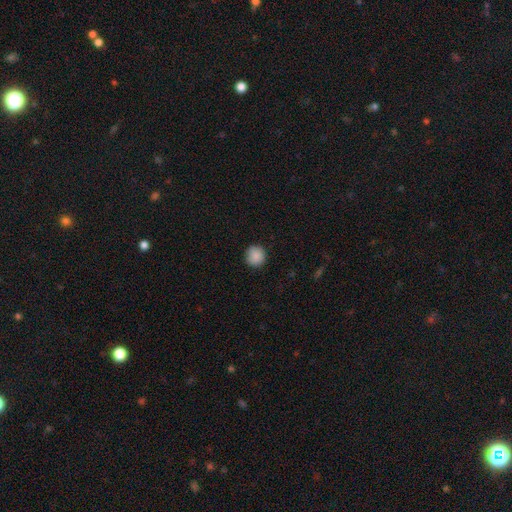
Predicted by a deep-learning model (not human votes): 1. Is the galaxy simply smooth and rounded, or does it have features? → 89% smooth, 8% star or artifact, 3% featured or disk.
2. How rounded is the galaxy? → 94% round, 5% in between, 1% cigar-shaped.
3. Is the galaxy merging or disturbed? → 90% none, 7% minor disturbance, 2% major disturbance, 1% merger.